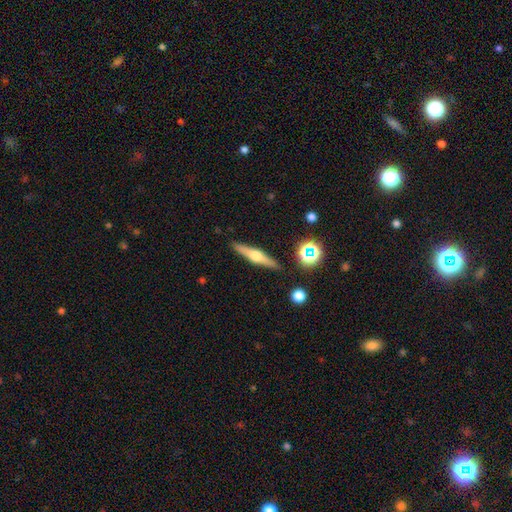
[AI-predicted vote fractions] The model was most divided on "smooth or featured": featured or disk: 63%, smooth: 30%, star or artifact: 8%. More confident: edge-on disk — yes (96%); edge-on bulge — rounded (93%); merging — none (90%).